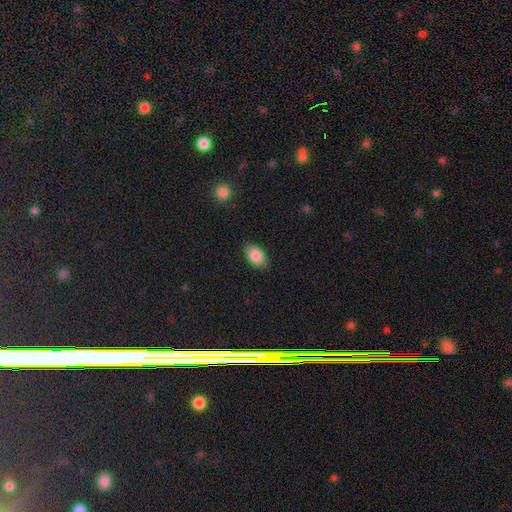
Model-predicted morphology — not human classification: Q: Smooth or featured?
A: smooth (87%); runner-up: star or artifact (7%)
Q: How rounded?
A: in between (90%); runner-up: round (9%)
Q: Merging?
A: none (85%); runner-up: minor disturbance (11%)